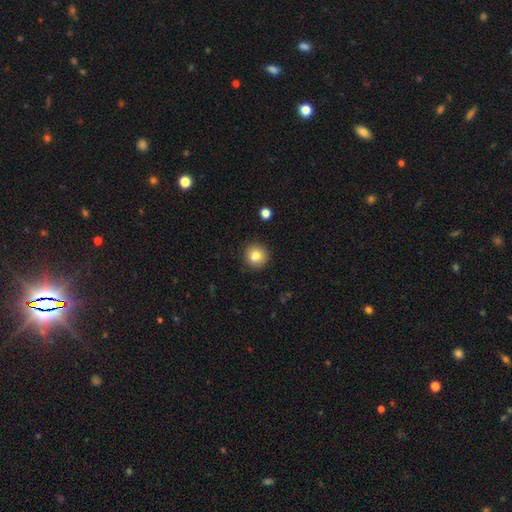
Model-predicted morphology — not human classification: A smooth galaxy with no disk features (84%) that is round (93%).

Vote fractions:
- Smooth or featured? smooth: 84% / star or artifact: 10% / featured or disk: 6%
- How rounded? round: 93% / in between: 6% / cigar-shaped: 1%
- Merging? none: 88% / minor disturbance: 8% / major disturbance: 2% / merger: 2%